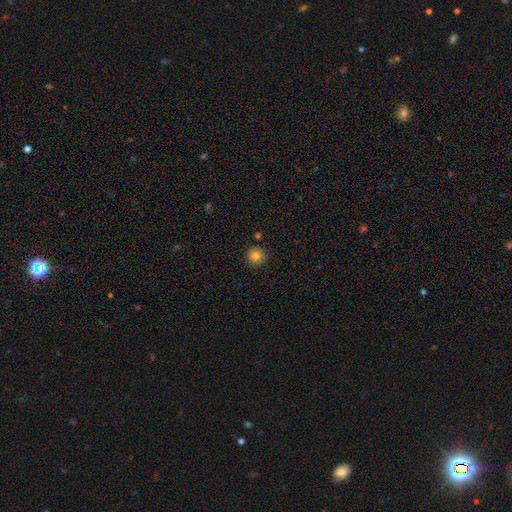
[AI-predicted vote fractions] smooth_or_featured: smooth (p=0.81) [alt: star or artifact p=0.12]
how_rounded: round (p=0.94) [alt: in between p=0.05]
merging: none (p=0.87) [alt: minor disturbance p=0.09]